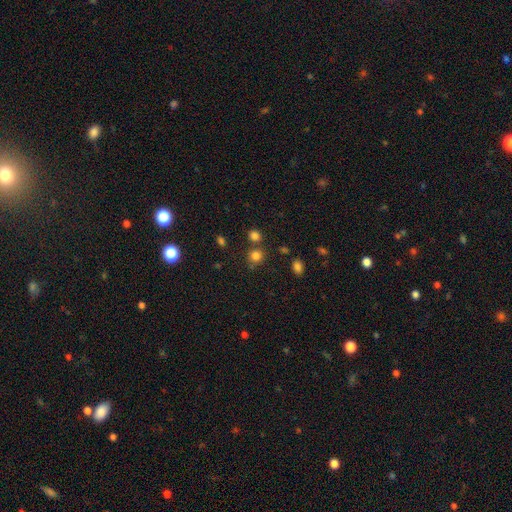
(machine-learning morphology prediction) smooth-or-featured: smooth: 79% | star or artifact: 15% | featured or disk: 5%
  how-rounded: round: 86% | in between: 13% | cigar-shaped: 1%
  merging: none: 71% | merger: 15% | minor disturbance: 10% | major disturbance: 4%